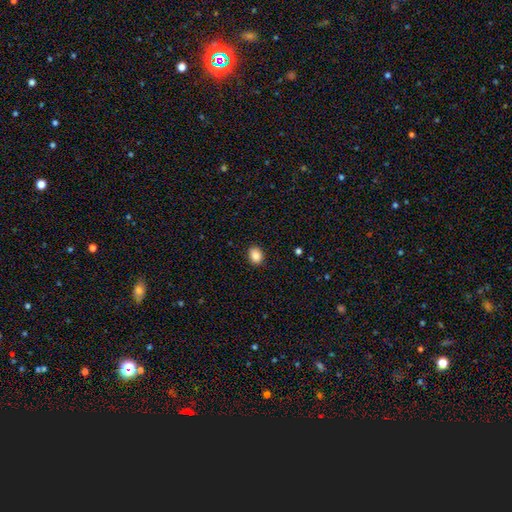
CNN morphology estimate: Smooth or featured: smooth — 87% (star or artifact — 9%)
How rounded: in between — 57% (round — 42%)
Merging: none — 89% (minor disturbance — 8%)